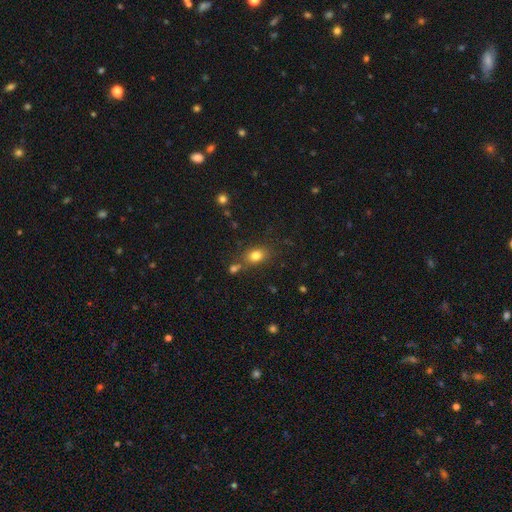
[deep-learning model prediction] Smooth or featured? Predicted: smooth (p=0.80). How rounded? Predicted: in between (p=0.65). Merging? Predicted: none (p=0.69).